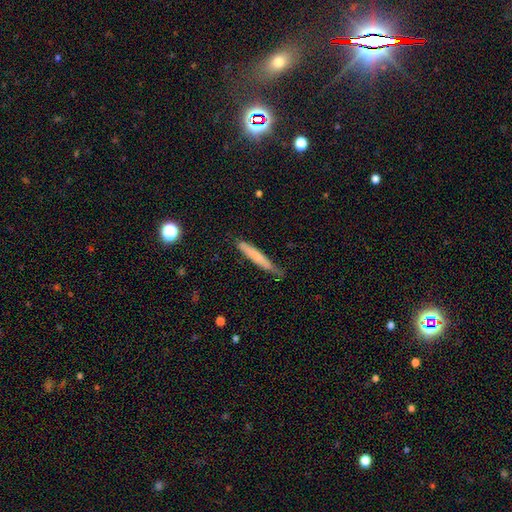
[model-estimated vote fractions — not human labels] smooth-or-featured: smooth: 69% | featured or disk: 25% | star or artifact: 7%
  how-rounded: cigar-shaped: 95% | in between: 4% | round: 1%
  merging: none: 70% | minor disturbance: 24% | major disturbance: 4% | merger: 2%